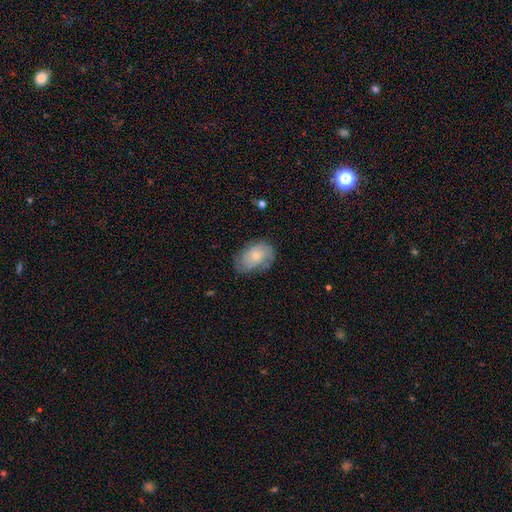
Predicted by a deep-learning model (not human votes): Smooth or featured? Predicted: smooth (p=0.47). Merging? Predicted: none (p=0.63).